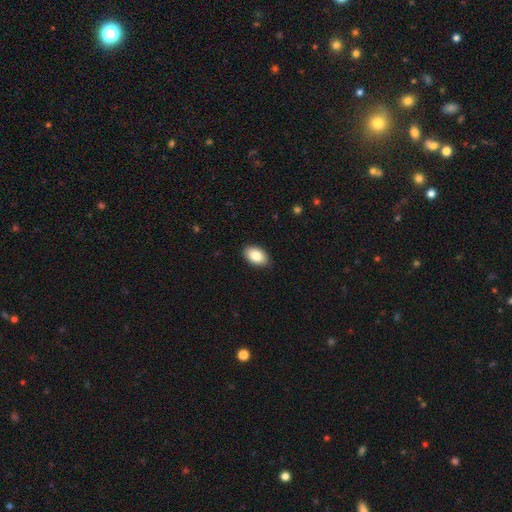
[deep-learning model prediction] Smooth or featured? smooth (87%)
How rounded? in between (93%)
Merging? none (89%)